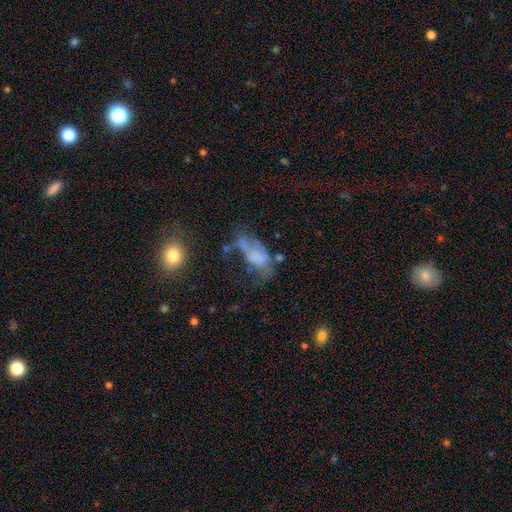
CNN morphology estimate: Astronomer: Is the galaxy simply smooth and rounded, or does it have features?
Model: smooth — 47% (runner-up: featured or disk, 38%).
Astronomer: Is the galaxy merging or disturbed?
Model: major disturbance — 41% (runner-up: none, 21%).